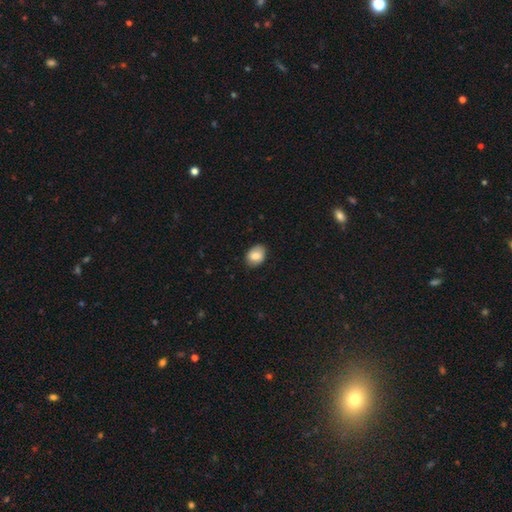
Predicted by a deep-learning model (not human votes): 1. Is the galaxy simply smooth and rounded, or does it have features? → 83% smooth, 10% featured or disk, 8% star or artifact.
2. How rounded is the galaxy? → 66% in between, 33% round, 1% cigar-shaped.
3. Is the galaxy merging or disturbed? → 83% none, 14% minor disturbance, 2% major disturbance, 1% merger.